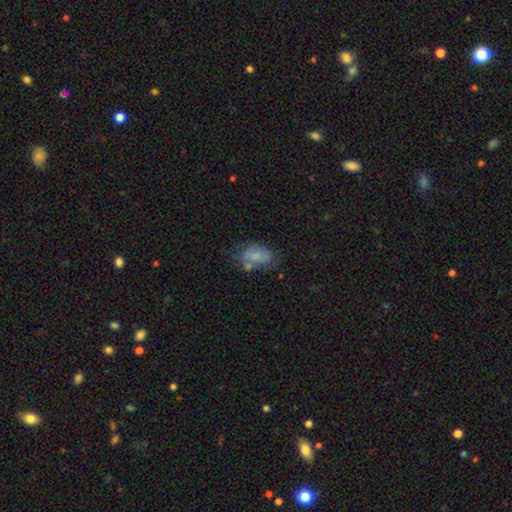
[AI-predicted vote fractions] smooth_or_featured: smooth (p=0.71) [alt: featured or disk p=0.20]
how_rounded: in between (p=0.88) [alt: round p=0.11]
merging: none (p=0.46) [alt: minor disturbance p=0.25]